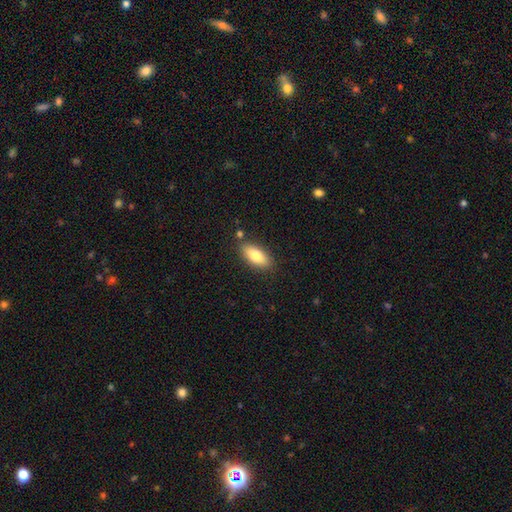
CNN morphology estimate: This is likely a smooth galaxy (77%). How rounded: clearly in between (82%). Merging: clearly none (83%).